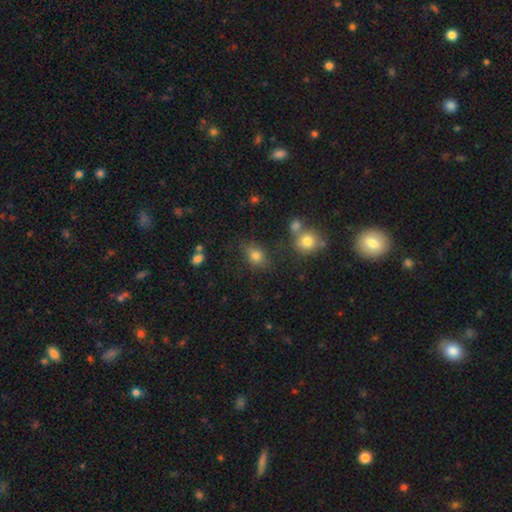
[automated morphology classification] Overall: smooth (78%). How rounded: in between (60%; round 38%). Merging: none (69%).